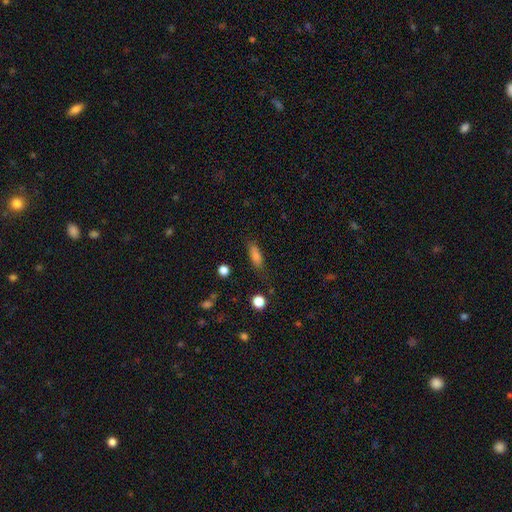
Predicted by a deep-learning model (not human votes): A smooth galaxy with no disk features (77%) that is in between round and cigar-shaped (59%).

Vote fractions:
- Smooth or featured? smooth: 77% / featured or disk: 13% / star or artifact: 11%
- How rounded? in between: 59% / cigar-shaped: 37% / round: 4%
- Merging? none: 72% / minor disturbance: 19% / major disturbance: 6% / merger: 3%